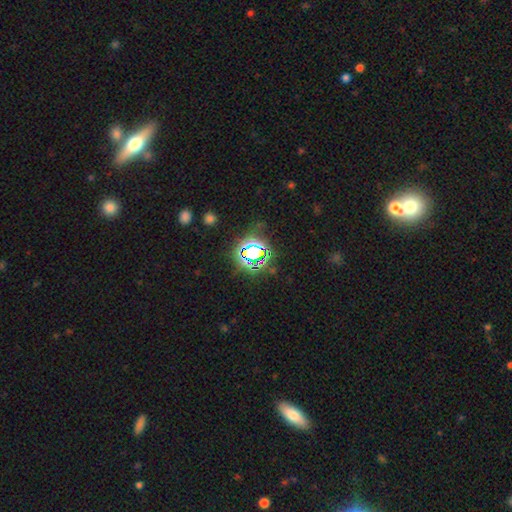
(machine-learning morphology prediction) This is likely a star or artifact rather than a galaxy (72%).